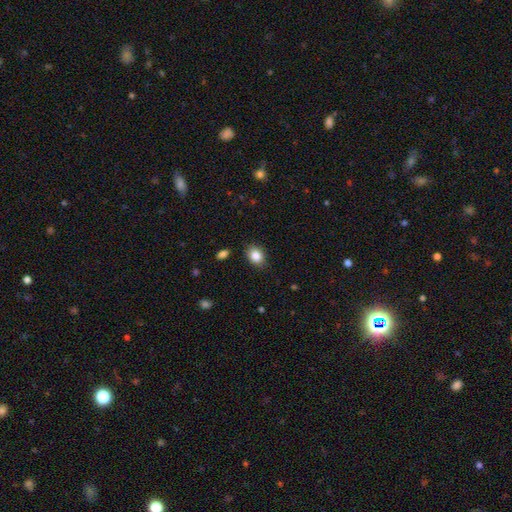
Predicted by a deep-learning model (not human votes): The model was most divided on "how rounded": in between: 62%, round: 37%, cigar-shaped: 1%. More confident: smooth or featured — smooth (85%); merging — none (85%).